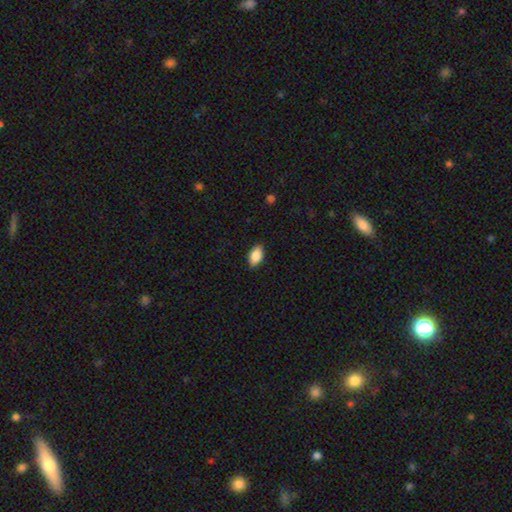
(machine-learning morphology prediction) type=smooth (86%); roundness=in between (91%); merging=none (86%).